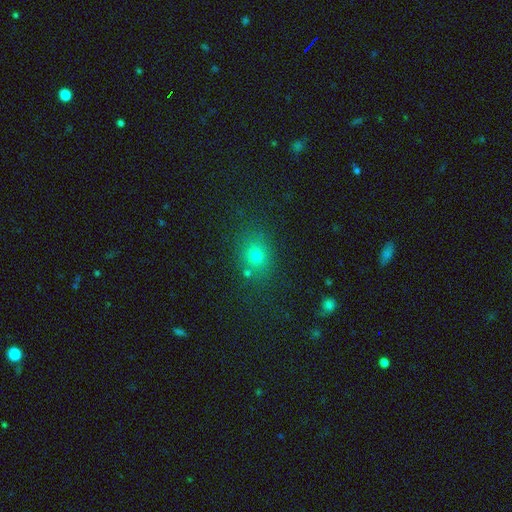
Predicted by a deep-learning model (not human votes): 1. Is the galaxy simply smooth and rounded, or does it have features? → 71% smooth, 19% star or artifact, 10% featured or disk.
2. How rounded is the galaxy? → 61% round, 38% in between, 1% cigar-shaped.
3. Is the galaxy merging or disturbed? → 75% none, 13% minor disturbance, 8% merger, 5% major disturbance.